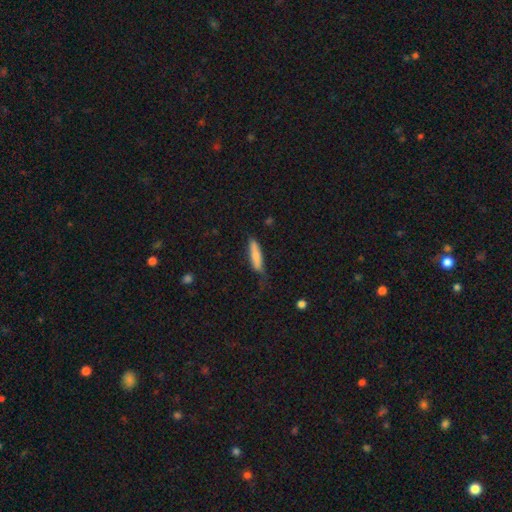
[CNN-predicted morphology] A smooth galaxy with no disk features (79%) that is cigar-shaped (79%). Merging: none (64%).